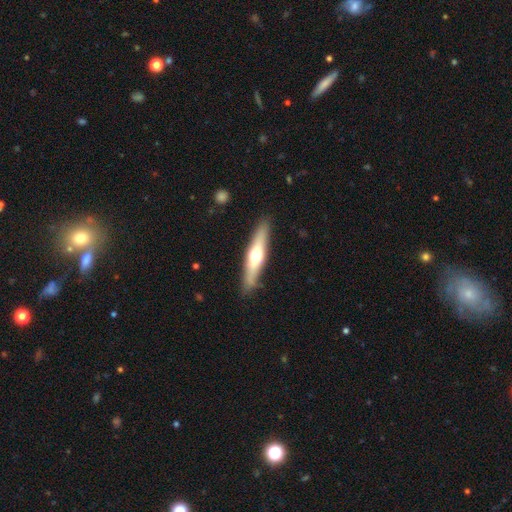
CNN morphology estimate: featured or disk 52%, smooth 43%, star or artifact 5%. Down the decision tree: edge-on disk — yes (91%); merging — none (86%).